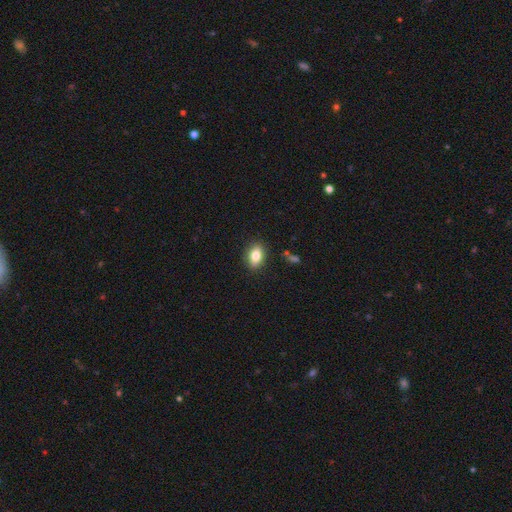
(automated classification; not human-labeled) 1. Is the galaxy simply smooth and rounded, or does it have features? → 81% smooth, 10% featured or disk, 8% star or artifact.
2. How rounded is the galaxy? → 82% in between, 15% round, 3% cigar-shaped.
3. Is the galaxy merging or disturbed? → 87% none, 9% minor disturbance, 2% major disturbance, 1% merger.